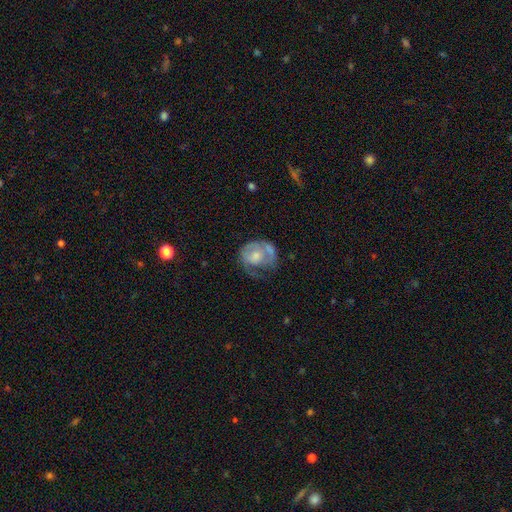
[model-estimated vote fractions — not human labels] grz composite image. It shows a featured or disk galaxy (55%) with no bar (78%), spiral arms (55%) and a moderate central bulge (47%). Merging: major disturbance (35%).